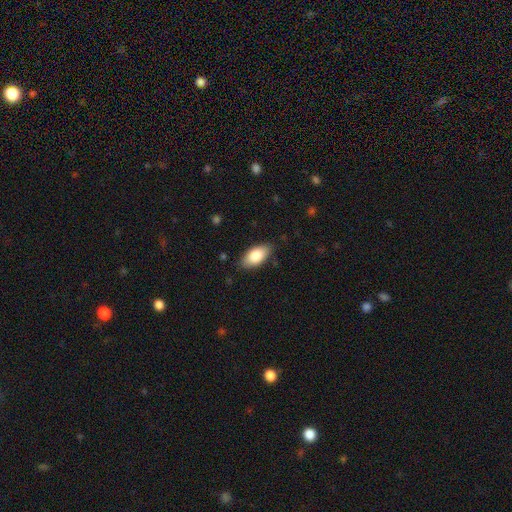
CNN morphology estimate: smooth 84%, featured or disk 10%, star or artifact 6%. Down the decision tree: how rounded — in between (93%); merging — none (83%).